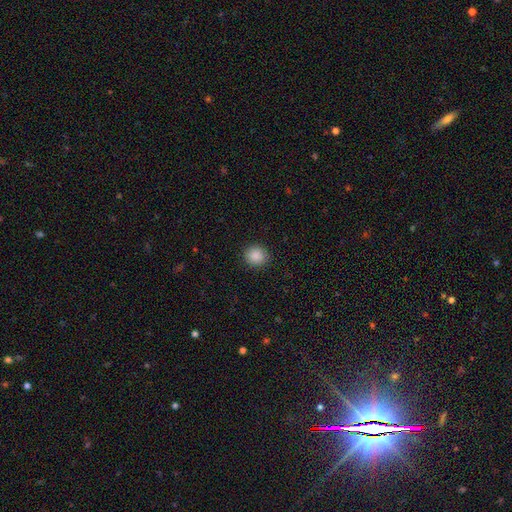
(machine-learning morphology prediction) smooth-or-featured: smooth: 88% | star or artifact: 9% | featured or disk: 3%
  how-rounded: round: 87% | in between: 12% | cigar-shaped: 1%
  merging: none: 91% | minor disturbance: 6% | major disturbance: 2% | merger: 1%